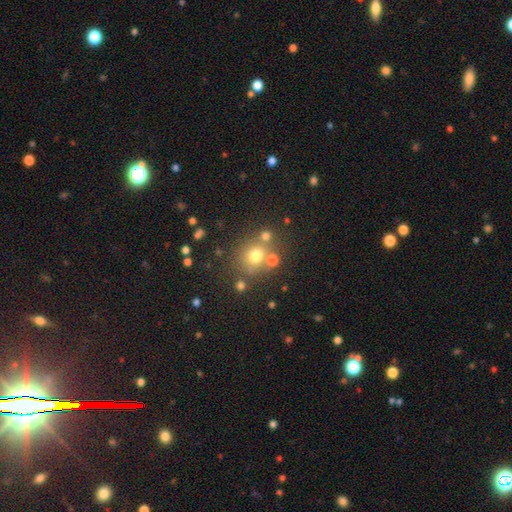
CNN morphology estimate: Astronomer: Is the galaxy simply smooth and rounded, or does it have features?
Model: smooth — 69%.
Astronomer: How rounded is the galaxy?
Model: round — 81%.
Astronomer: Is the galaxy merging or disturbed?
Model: none — 69%.